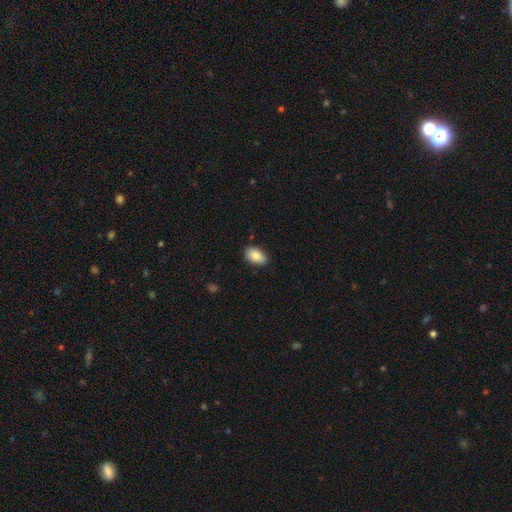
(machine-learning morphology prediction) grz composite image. It shows a smooth galaxy with no disk features (85%) that is in between round and cigar-shaped (91%). Merging: none (85%).